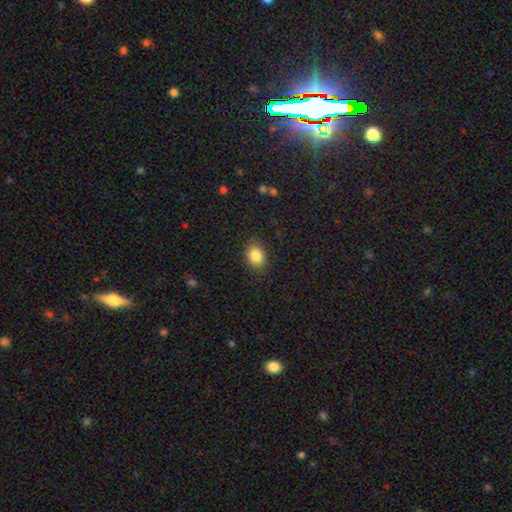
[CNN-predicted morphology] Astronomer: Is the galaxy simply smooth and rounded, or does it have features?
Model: smooth — 86%.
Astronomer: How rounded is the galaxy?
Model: in between — 67%.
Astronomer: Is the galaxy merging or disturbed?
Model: none — 86%.